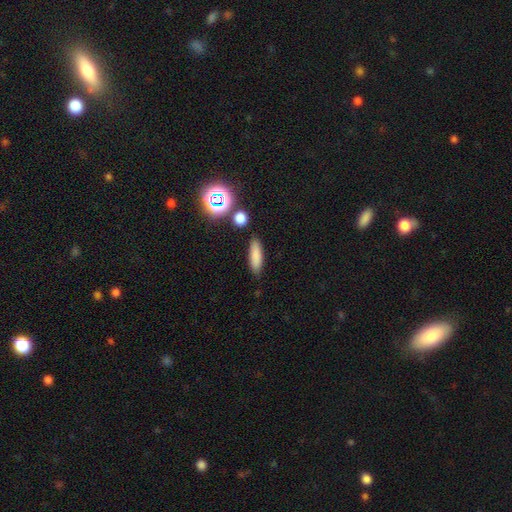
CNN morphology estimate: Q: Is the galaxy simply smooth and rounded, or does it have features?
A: smooth — 80%.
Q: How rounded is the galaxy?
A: cigar-shaped — 57%.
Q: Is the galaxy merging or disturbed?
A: none — 85%.